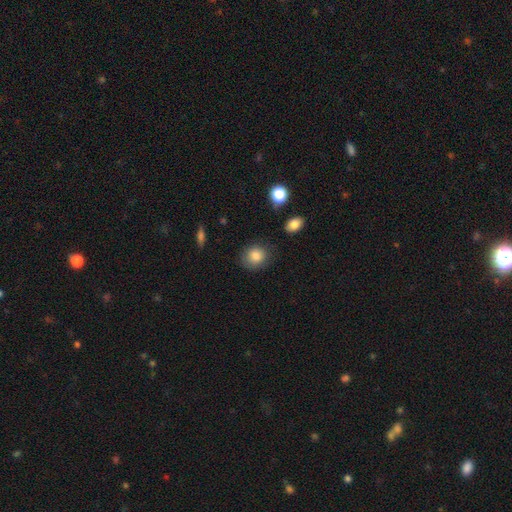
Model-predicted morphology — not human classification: Overall: smooth (84%). How rounded: round (73%). Merging: none (79%).